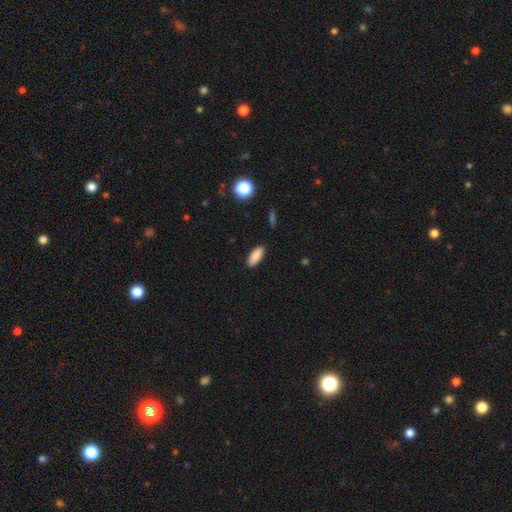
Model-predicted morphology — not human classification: This appears to be a smooth galaxy with no disk features (88%) that is in between round and cigar-shaped (83%). Merging: none (89%).